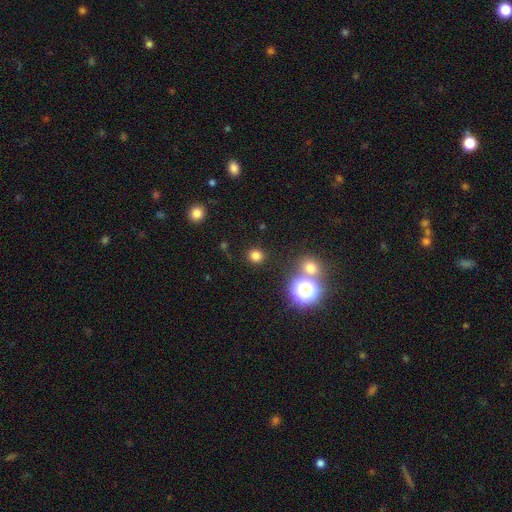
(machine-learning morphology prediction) Smooth or featured: smooth — 76% (star or artifact — 19%)
How rounded: round — 89% (in between — 10%)
Merging: none — 88% (minor disturbance — 6%)